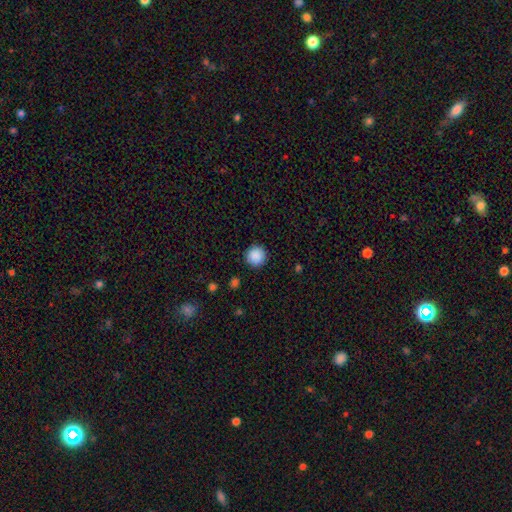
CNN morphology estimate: smooth-or-featured: smooth: 89% | star or artifact: 8% | featured or disk: 3%
  how-rounded: round: 95% | in between: 4% | cigar-shaped: 1%
  merging: none: 91% | minor disturbance: 6% | major disturbance: 2% | merger: 1%